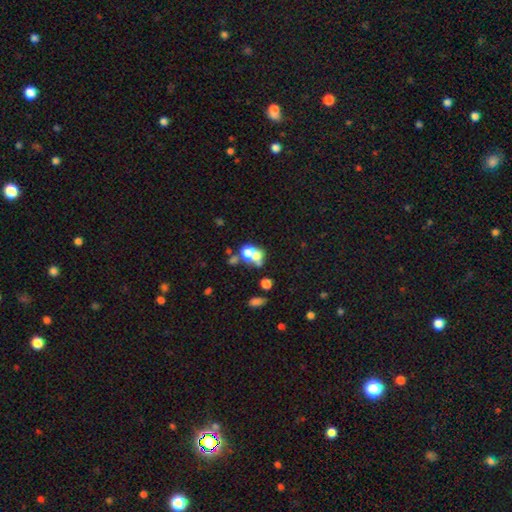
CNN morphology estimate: Smooth or featured? smooth (62%)
How rounded? round (59%)
Merging? merger (57%)